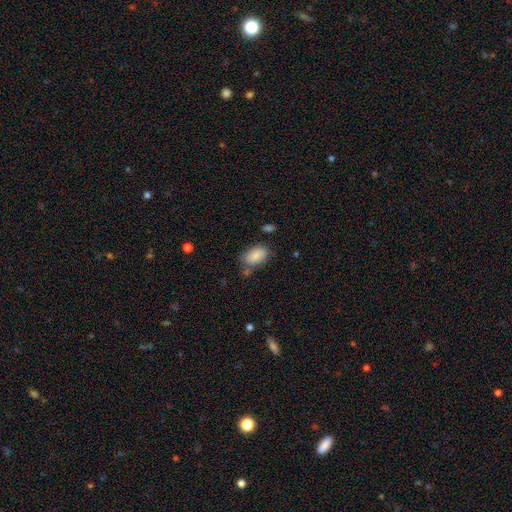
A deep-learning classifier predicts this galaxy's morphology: Q: Smooth or featured?
A: smooth (85%); runner-up: featured or disk (8%)
Q: How rounded?
A: in between (92%); runner-up: round (7%)
Q: Merging?
A: none (66%); runner-up: minor disturbance (20%)